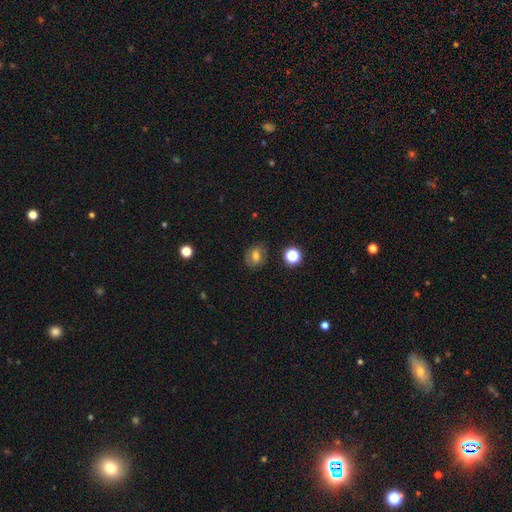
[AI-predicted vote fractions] smooth 57%, featured or disk 28%, star or artifact 15%. Down the decision tree: how rounded — in between (50%); merging — none (80%).